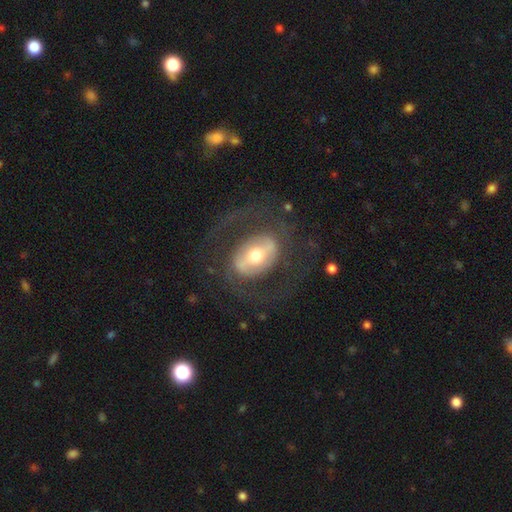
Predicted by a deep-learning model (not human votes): This appears to be a featured or disk galaxy (72%) with a strong bar (40%), spiral arms (59%) and a moderate central bulge (65%). Merging: none (70%).